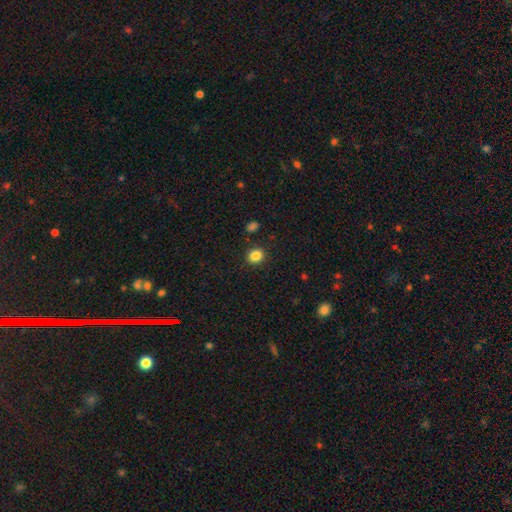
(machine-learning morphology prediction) Smooth or featured? Predicted: smooth (p=0.85). How rounded? Predicted: round (p=0.72). Merging? Predicted: none (p=0.88).